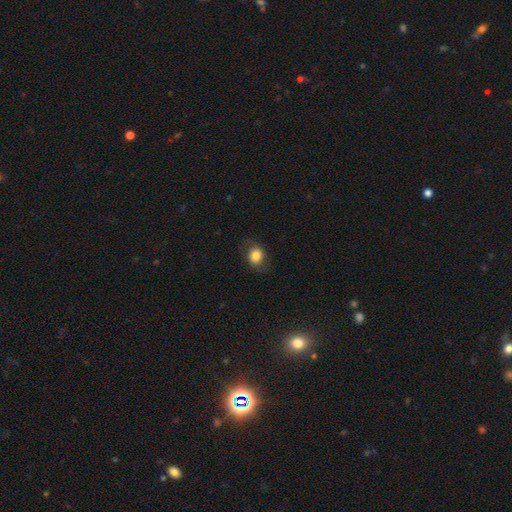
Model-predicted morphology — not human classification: Q: Smooth or featured?
A: smooth (74%); runner-up: featured or disk (17%)
Q: How rounded?
A: round (56%); runner-up: in between (43%)
Q: Merging?
A: none (73%); runner-up: minor disturbance (18%)